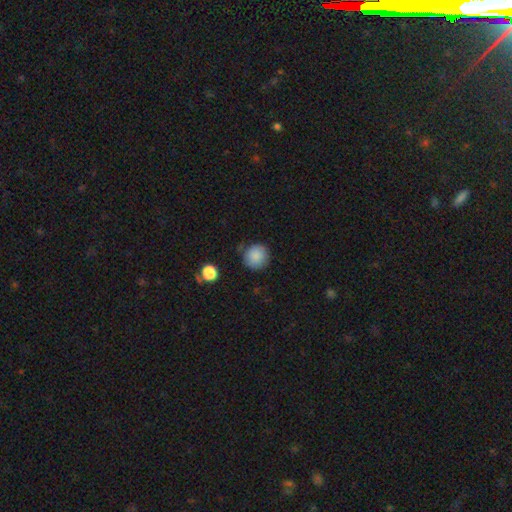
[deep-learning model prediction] smooth_or_featured: smooth (p=0.87) [alt: star or artifact p=0.08]
how_rounded: round (p=0.91) [alt: in between p=0.08]
merging: none (p=0.79) [alt: minor disturbance p=0.14]